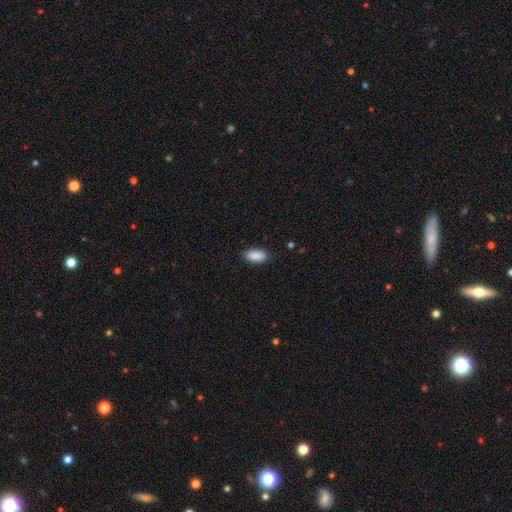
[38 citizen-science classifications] smooth 89%, star or artifact 8%, featured or disk 3%. Down the decision tree: how rounded — in between (91%); merging — none (80%).